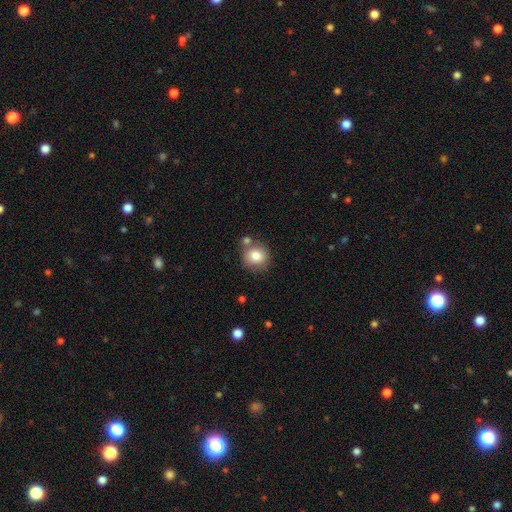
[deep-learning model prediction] smooth 80%, featured or disk 10%, star or artifact 10%. Down the decision tree: how rounded — round (89%); merging — none (67%).